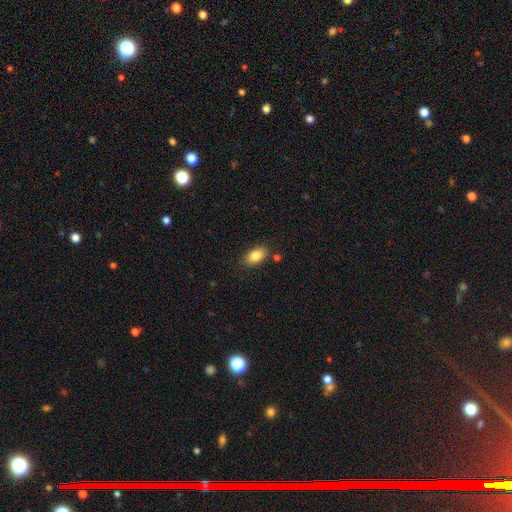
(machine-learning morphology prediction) A smooth galaxy with no disk features (84%) that is in between round and cigar-shaped (90%). Merging: none (82%).